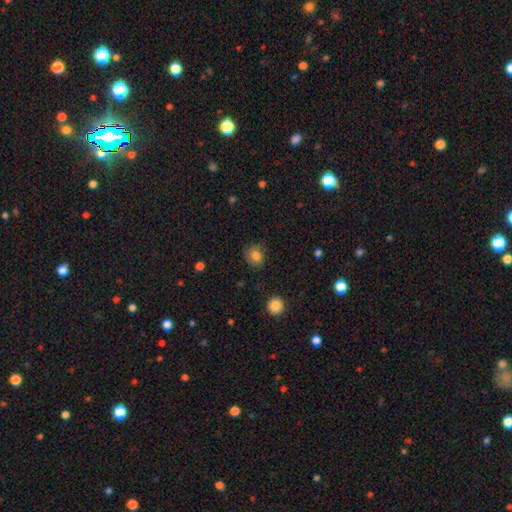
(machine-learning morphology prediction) Smooth or featured?
  - smooth: 73% *
  - featured or disk: 16%
  - star or artifact: 11%
How rounded?
  - round: 61% *
  - in between: 38%
  - cigar-shaped: 1%
Merging?
  - none: 73% *
  - minor disturbance: 19%
  - major disturbance: 6%
  - merger: 1%